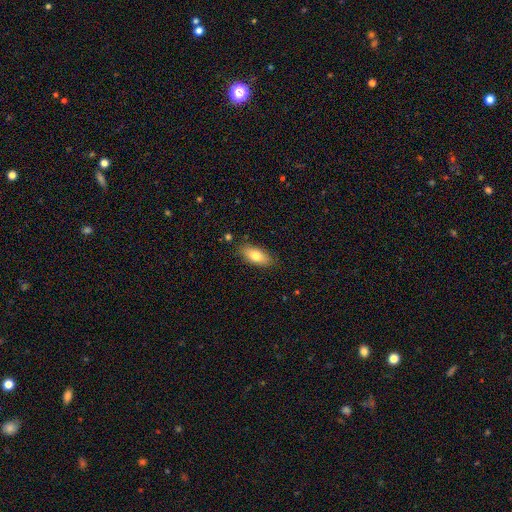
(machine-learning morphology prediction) Smooth or featured? smooth (76%)
How rounded? in between (84%)
Merging? none (83%)